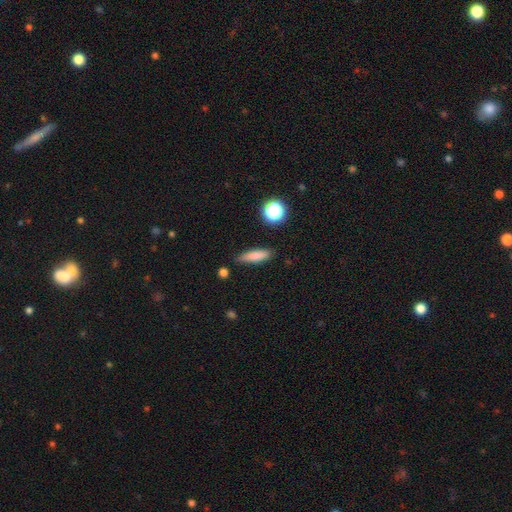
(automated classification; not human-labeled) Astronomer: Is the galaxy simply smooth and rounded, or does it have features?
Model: smooth — 79%.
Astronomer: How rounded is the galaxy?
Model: cigar-shaped — 64%.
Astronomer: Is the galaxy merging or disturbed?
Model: none — 83%.